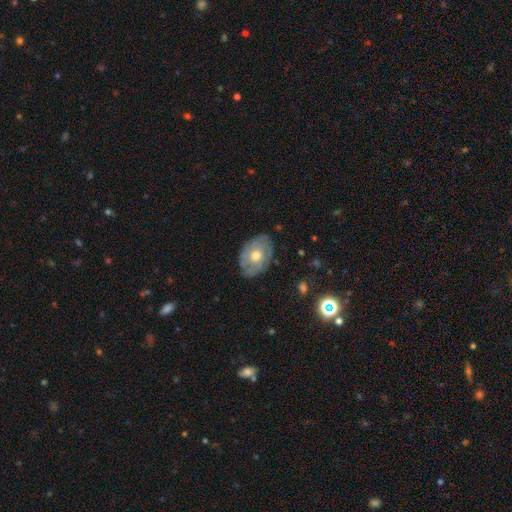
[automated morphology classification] Smooth or featured?
  - featured or disk: 56% *
  - smooth: 37%
  - star or artifact: 7%
Edge-on disk?
  - no: 94% *
  - yes: 6%
Bar?
  - no: 85% *
  - weak: 12%
  - strong: 2%
Spiral arms?
  - yes: 56% *
  - no: 44%
Bulge size?
  - moderate: 75% *
  - small: 16%
  - large: 7%
  - none: 1%
  - dominant: 1%
Merging?
  - none: 78% *
  - minor disturbance: 17%
  - major disturbance: 4%
  - merger: 1%